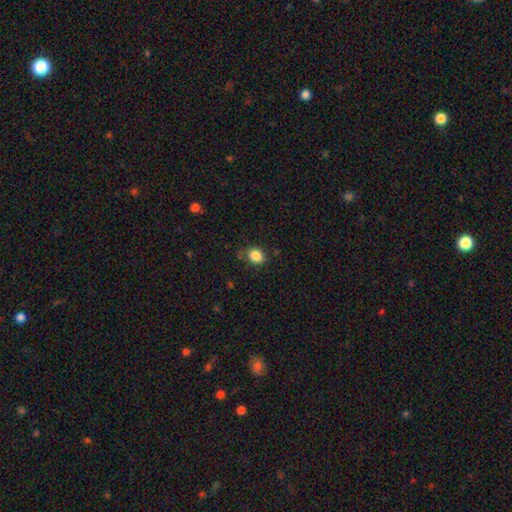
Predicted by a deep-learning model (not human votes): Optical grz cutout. It shows a smooth galaxy with no disk features (86%) that is round (64%). Merging: none (76%).